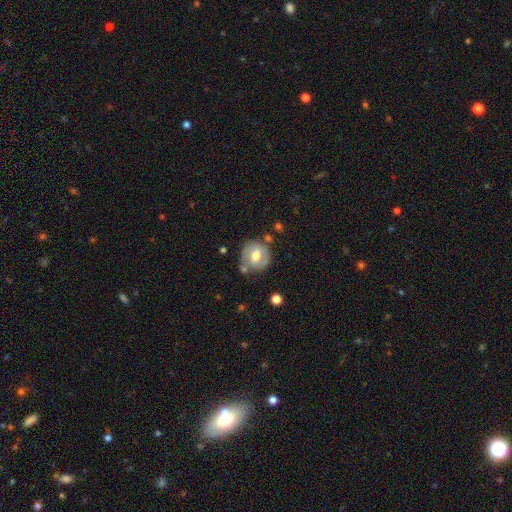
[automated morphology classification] A featured or disk galaxy (49%).

Vote fractions:
- Smooth or featured? featured or disk: 49% / smooth: 44% / star or artifact: 7%
- Merging? none: 66% / minor disturbance: 20% / merger: 7% / major disturbance: 7%